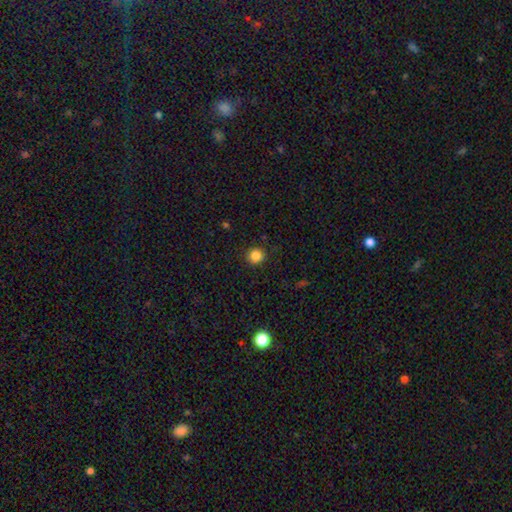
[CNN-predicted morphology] This appears to be a smooth galaxy with no disk features (85%) that is round (93%). Merging: none (91%).